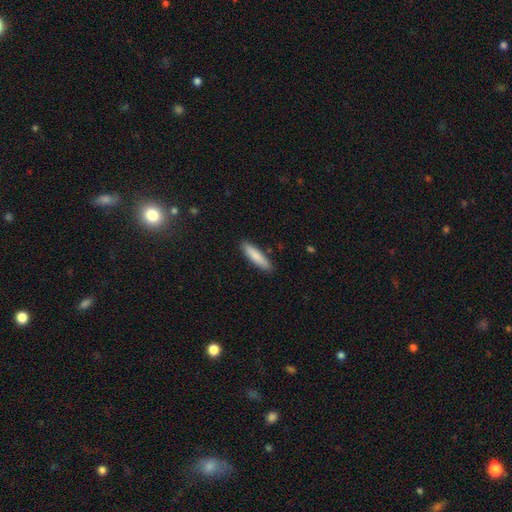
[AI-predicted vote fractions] Morphology: type=smooth (84%); roundness=cigar-shaped (77%); merging=none (89%).